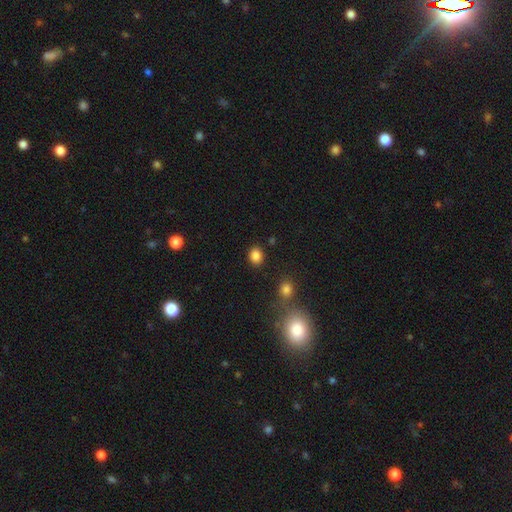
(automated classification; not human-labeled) This is clearly a smooth galaxy (85%). How rounded: possibly round (57%). Merging: clearly none (85%).